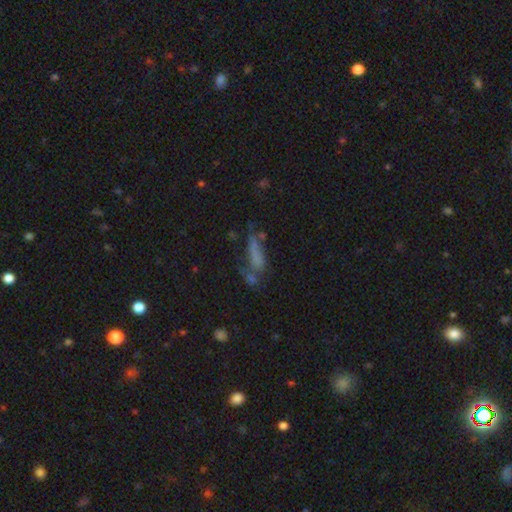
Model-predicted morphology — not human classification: type=smooth (57%); roundness=cigar-shaped (53%); merging=none (38%).